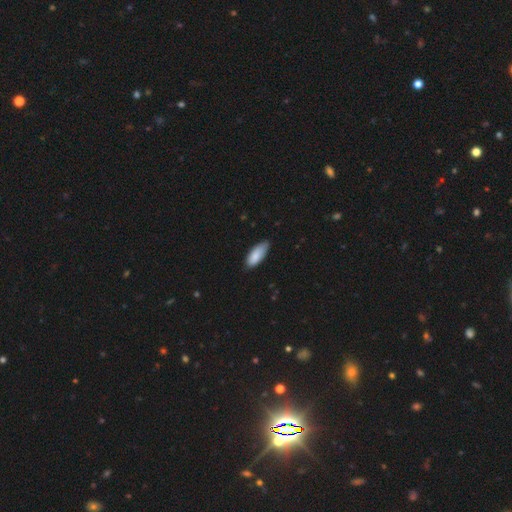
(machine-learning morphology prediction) A smooth galaxy with no disk features (87%) that is in between round and cigar-shaped (79%).

Vote fractions:
- Smooth or featured? smooth: 87% / featured or disk: 7% / star or artifact: 6%
- How rounded? in between: 79% / cigar-shaped: 19% / round: 2%
- Merging? none: 71% / minor disturbance: 25% / major disturbance: 3% / merger: 1%